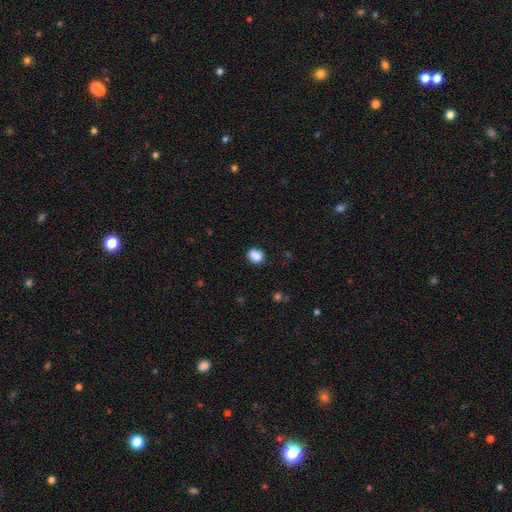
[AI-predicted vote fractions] smooth-or-featured: smooth: 86% | star or artifact: 9% | featured or disk: 5%
  how-rounded: in between: 64% | round: 35% | cigar-shaped: 1%
  merging: none: 79% | minor disturbance: 14% | merger: 4% | major disturbance: 3%